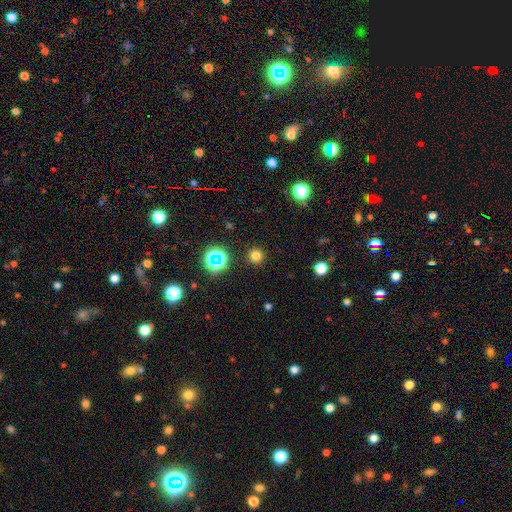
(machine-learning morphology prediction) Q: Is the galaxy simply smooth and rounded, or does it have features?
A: smooth — 74%.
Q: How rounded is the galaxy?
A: round — 95%.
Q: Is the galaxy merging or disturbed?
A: none — 91%.